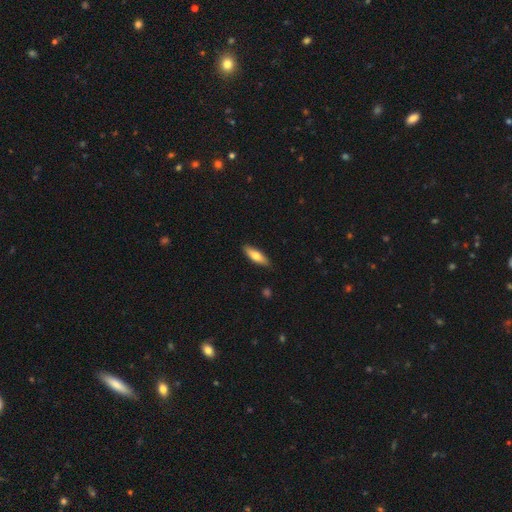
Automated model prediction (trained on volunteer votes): smooth-or-featured: smooth: 71% | featured or disk: 23% | star or artifact: 6%
  how-rounded: in between: 51% | cigar-shaped: 46% | round: 2%
  merging: none: 87% | minor disturbance: 10% | major disturbance: 2% | merger: 1%